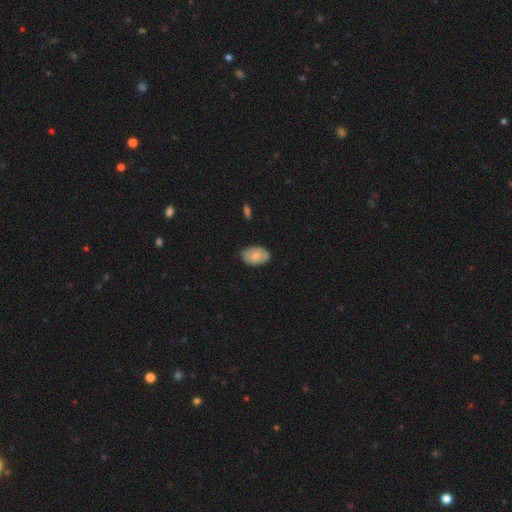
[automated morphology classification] This appears to be a smooth galaxy with no disk features (65%) that is in between round and cigar-shaped (90%). Merging: none (79%).